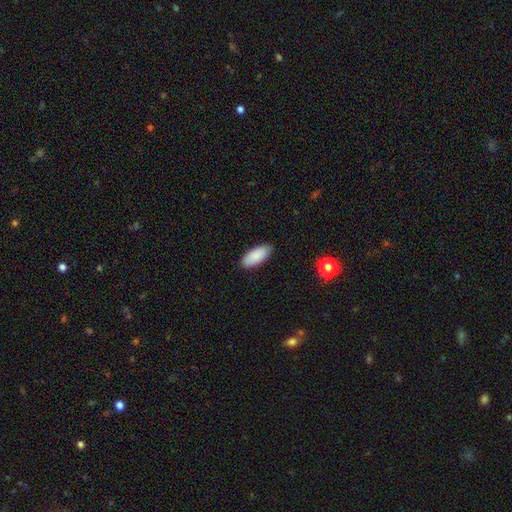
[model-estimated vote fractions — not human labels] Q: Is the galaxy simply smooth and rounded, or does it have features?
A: smooth — 88%.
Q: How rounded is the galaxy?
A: in between — 86%.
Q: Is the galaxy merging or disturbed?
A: none — 88%.